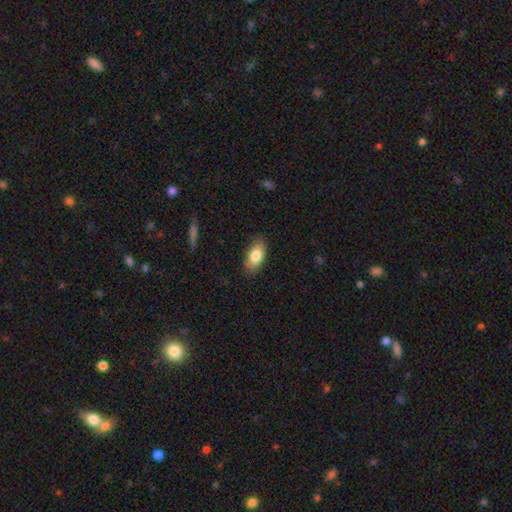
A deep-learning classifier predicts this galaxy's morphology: Smooth or featured? smooth (82%)
How rounded? in between (89%)
Merging? none (85%)